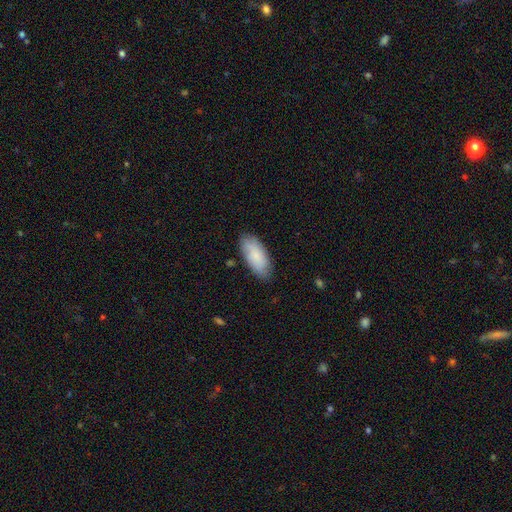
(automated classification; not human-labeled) Smooth or featured? smooth (80%)
How rounded? in between (87%)
Merging? none (82%)